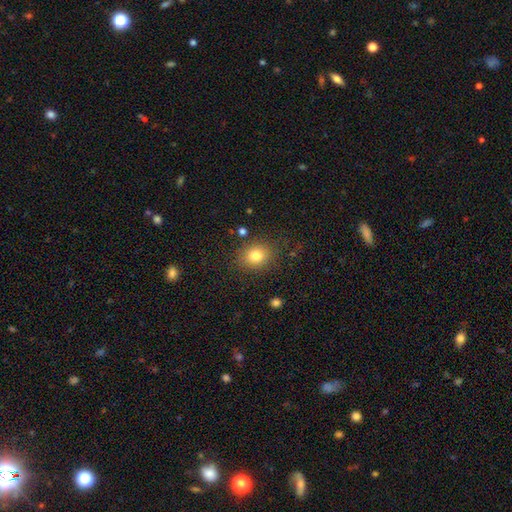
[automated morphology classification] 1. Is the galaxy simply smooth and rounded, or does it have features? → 80% smooth, 12% star or artifact, 8% featured or disk.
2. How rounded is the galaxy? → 64% round, 35% in between, 1% cigar-shaped.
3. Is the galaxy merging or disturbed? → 84% none, 10% minor disturbance, 4% major disturbance, 2% merger.